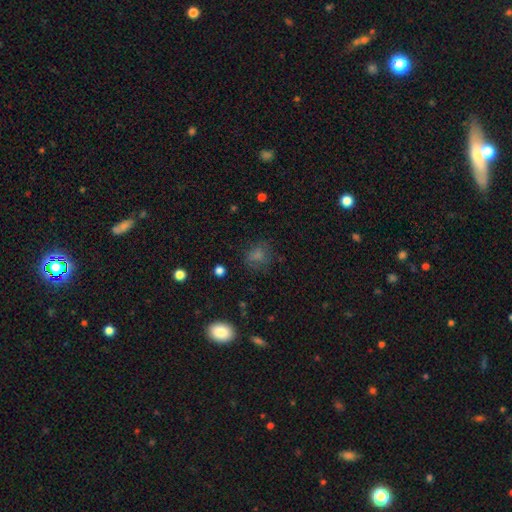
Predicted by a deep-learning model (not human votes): Smooth or featured? Predicted: smooth (p=0.65). How rounded? Predicted: round (p=0.65). Merging? Predicted: none (p=0.73).